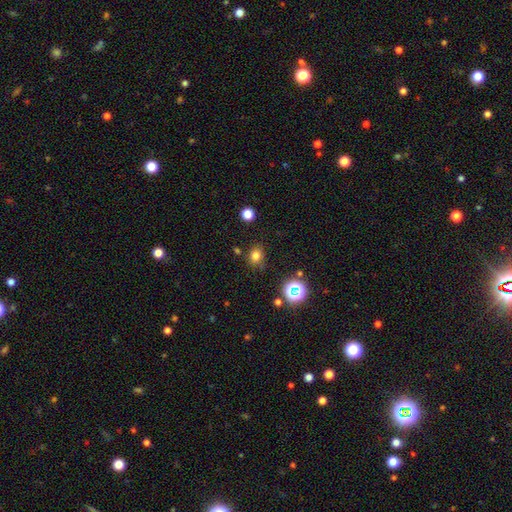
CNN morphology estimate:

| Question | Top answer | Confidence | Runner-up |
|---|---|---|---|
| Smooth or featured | smooth | 77% | star or artifact (18%) |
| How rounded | round | 70% | in between (29%) |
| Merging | none | 80% | minor disturbance (13%) |